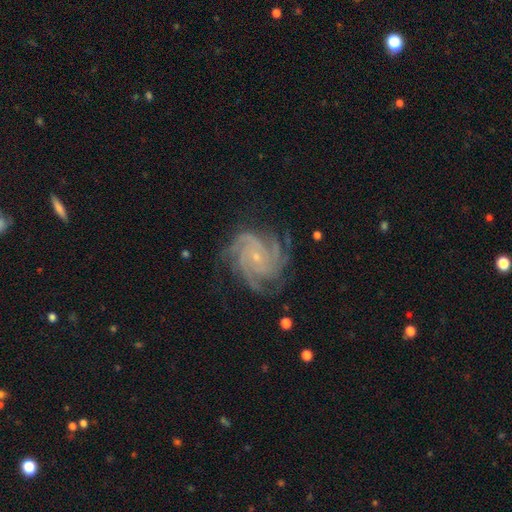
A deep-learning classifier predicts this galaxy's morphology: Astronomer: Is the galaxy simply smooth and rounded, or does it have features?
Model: featured or disk — 90%.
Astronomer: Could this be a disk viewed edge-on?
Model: no — 98%.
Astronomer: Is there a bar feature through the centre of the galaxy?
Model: no — 71%.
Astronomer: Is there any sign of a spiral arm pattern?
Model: yes — 99%.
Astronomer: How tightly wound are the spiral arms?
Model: tight — 66%.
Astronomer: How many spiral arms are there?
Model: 4 — 44% (runner-up: 3, 20%).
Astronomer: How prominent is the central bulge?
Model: small — 82%.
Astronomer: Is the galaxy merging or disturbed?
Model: none — 77%.